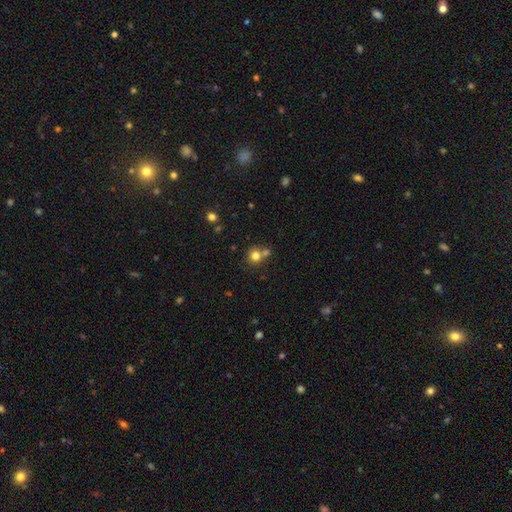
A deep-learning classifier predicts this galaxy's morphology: smooth 78%, star or artifact 13%, featured or disk 9%. Down the decision tree: how rounded — round (87%); merging — none (55%).